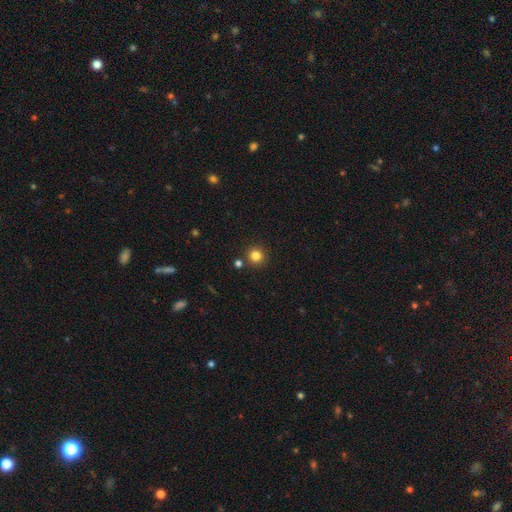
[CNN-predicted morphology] Smooth or featured? Predicted: smooth (p=0.83). How rounded? Predicted: round (p=0.93). Merging? Predicted: none (p=0.85).